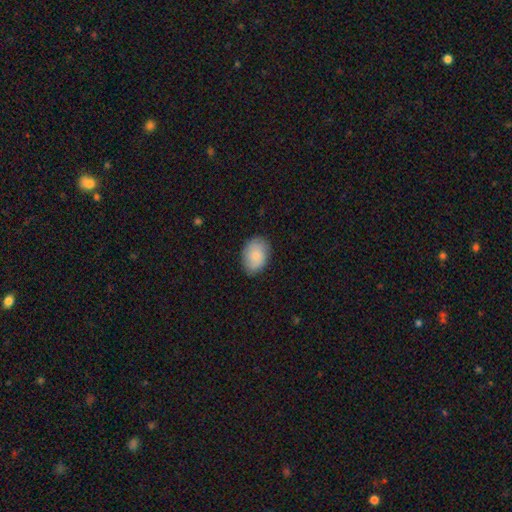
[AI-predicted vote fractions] Smooth or featured? smooth (81%)
How rounded? in between (77%)
Merging? none (82%)